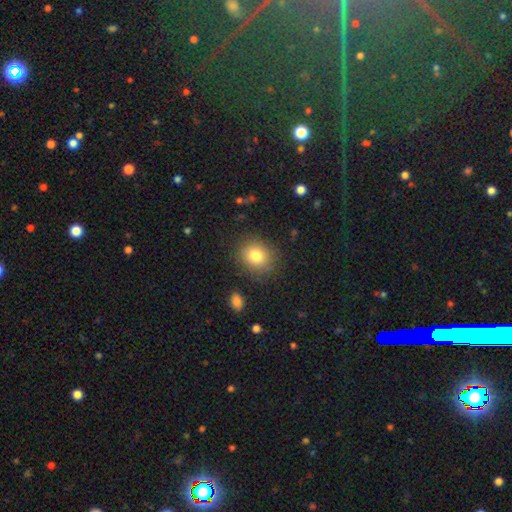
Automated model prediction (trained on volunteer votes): Q: Smooth or featured?
A: smooth (81%); runner-up: star or artifact (11%)
Q: How rounded?
A: round (71%); runner-up: in between (28%)
Q: Merging?
A: none (84%); runner-up: minor disturbance (10%)